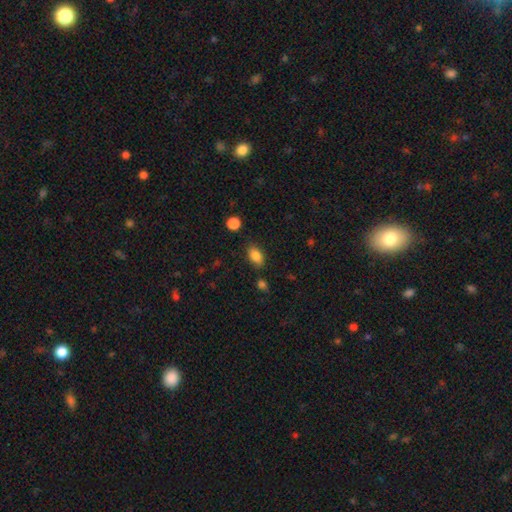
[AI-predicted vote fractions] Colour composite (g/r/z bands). It shows a smooth galaxy with no disk features (85%) that is in between round and cigar-shaped (86%). Merging: none (80%).